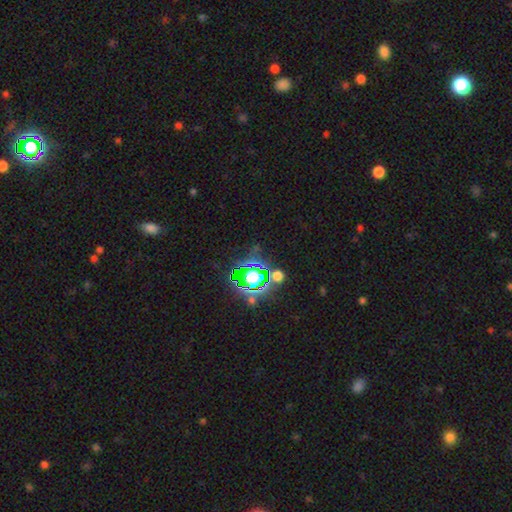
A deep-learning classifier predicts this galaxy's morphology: Overall: star or artifact (78%).